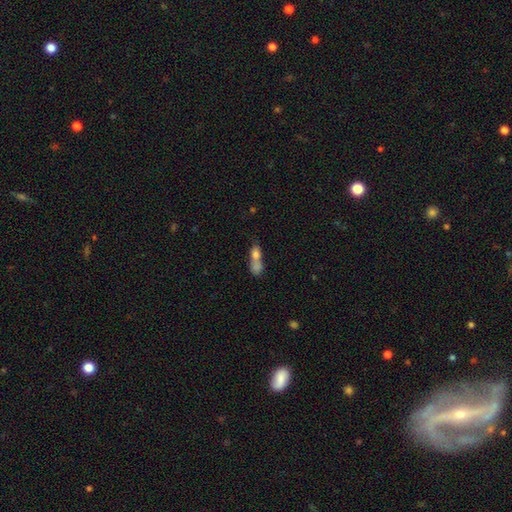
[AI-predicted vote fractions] smooth_or_featured: smooth (p=0.60) [alt: featured or disk p=0.23]
how_rounded: in between (p=0.55) [alt: cigar-shaped p=0.28]
merging: merger (p=0.56) [alt: none p=0.28]